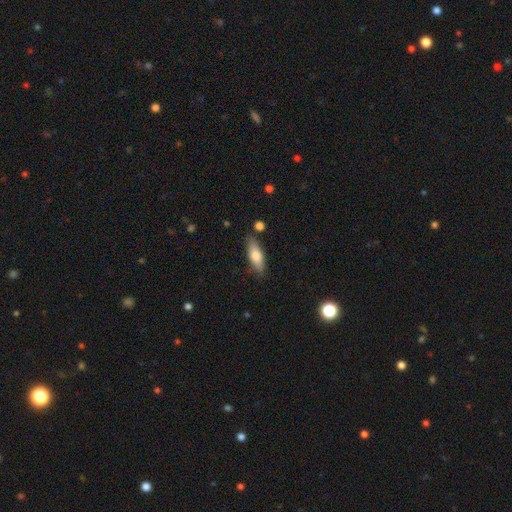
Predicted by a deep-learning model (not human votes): Overall: smooth (71%). How rounded: in between (57%; cigar-shaped 41%). Merging: none (82%).